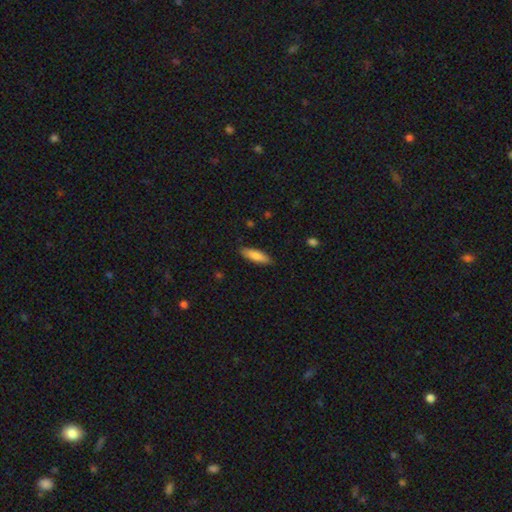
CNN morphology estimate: type=smooth (83%); roundness=cigar-shaped (57%); merging=none (88%).